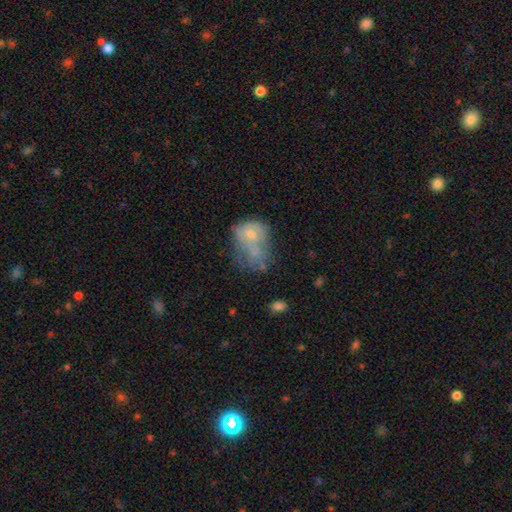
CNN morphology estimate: smooth-or-featured: smooth: 51% | featured or disk: 38% | star or artifact: 11%
  how-rounded: in between: 64% | round: 35% | cigar-shaped: 1%
  merging: major disturbance: 33% | merger: 27% | minor disturbance: 20% | none: 20%